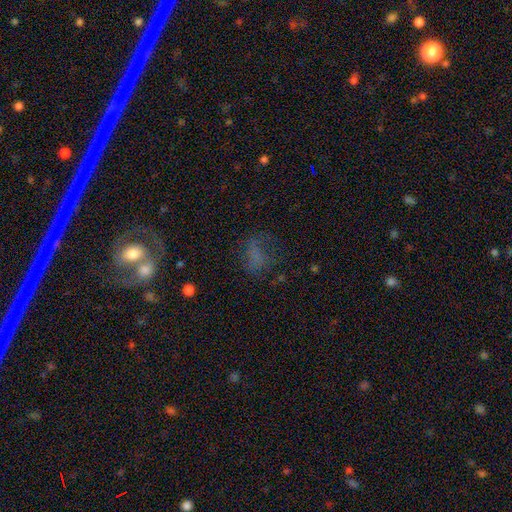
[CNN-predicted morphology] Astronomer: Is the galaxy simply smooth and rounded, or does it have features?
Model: smooth — 46% (runner-up: featured or disk, 30%).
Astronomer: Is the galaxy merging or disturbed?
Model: none — 43% (runner-up: major disturbance, 32%).